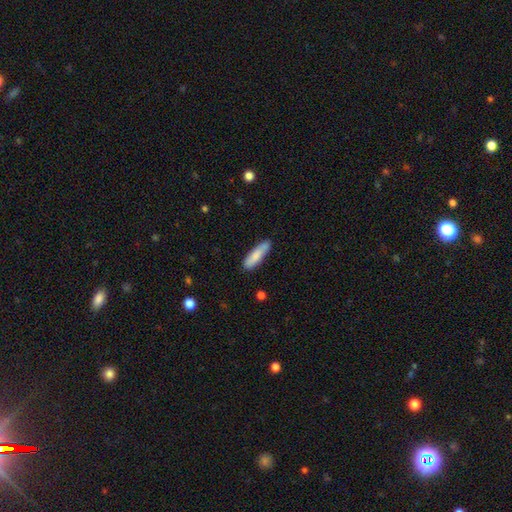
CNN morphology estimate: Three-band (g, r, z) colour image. It shows a smooth galaxy with no disk features (79%) that is cigar-shaped (66%). Merging: none (80%).